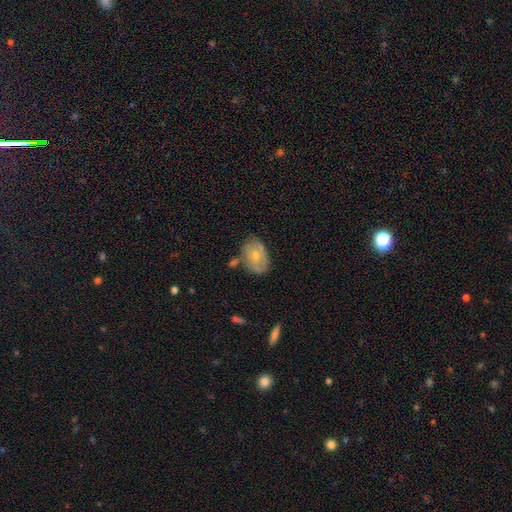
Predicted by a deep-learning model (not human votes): Morphology: type=smooth (55%); roundness=in between (78%); merging=none (57%).